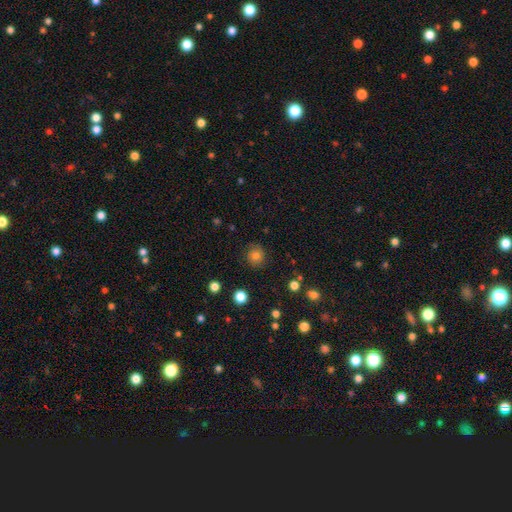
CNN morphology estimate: smooth 77%, star or artifact 13%, featured or disk 10%. Down the decision tree: how rounded — round (90%); merging — none (85%).